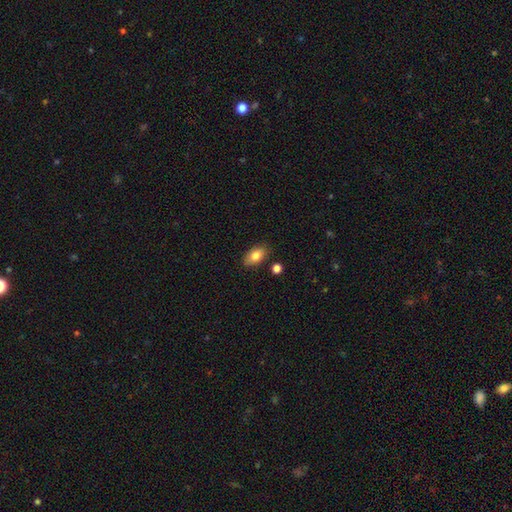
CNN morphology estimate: type=smooth (84%); roundness=in between (91%); merging=none (84%).